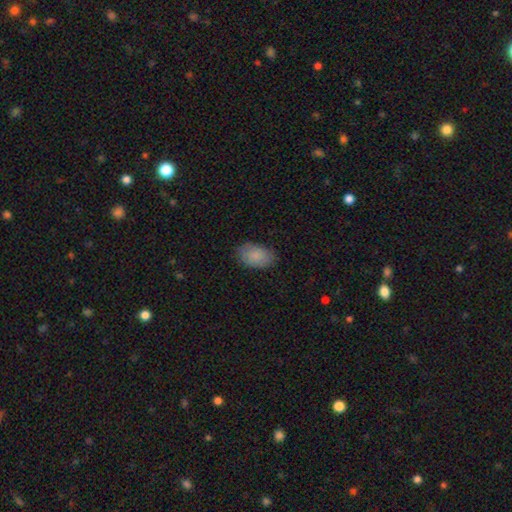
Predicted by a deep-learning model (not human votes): Morphology: type=smooth (86%); roundness=in between (92%); merging=none (81%).